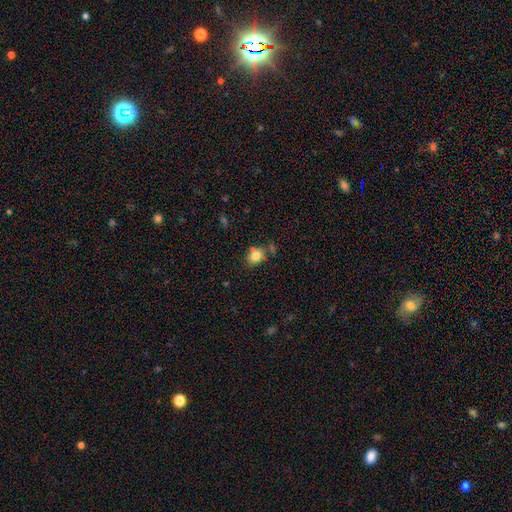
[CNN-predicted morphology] Smooth or featured? smooth (80%)
How rounded? in between (53%)
Merging? none (61%)